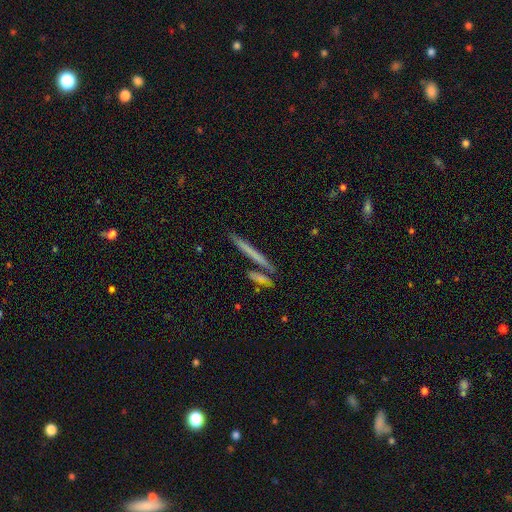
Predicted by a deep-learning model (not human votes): Smooth or featured? smooth (57%)
How rounded? cigar-shaped (95%)
Merging? none (79%)